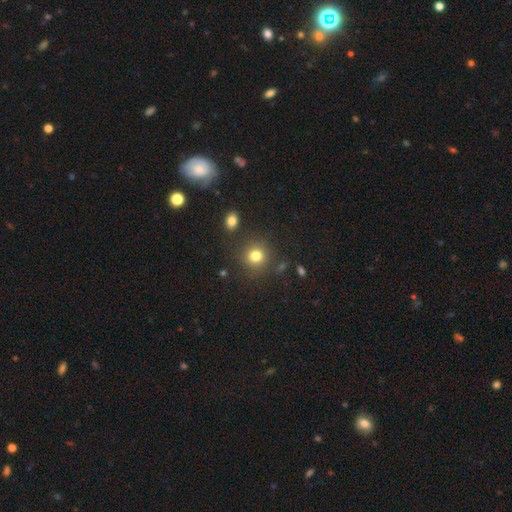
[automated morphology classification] A smooth galaxy with no disk features (80%) that is round (87%). Merging: none (83%).